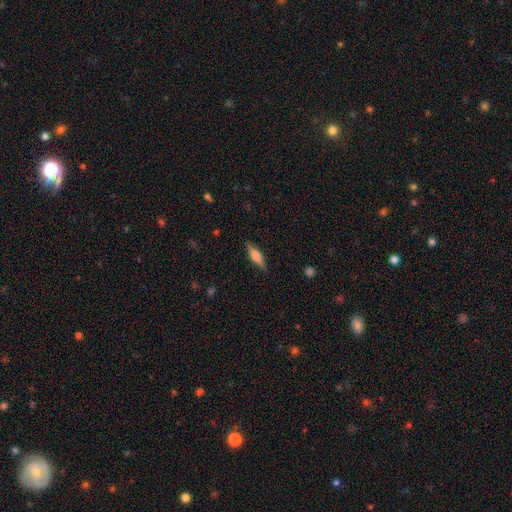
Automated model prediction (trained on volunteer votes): A featured or disk galaxy (58%) viewed edge-on (96%) with a rounded central bulge (86%). Merging: none (88%).